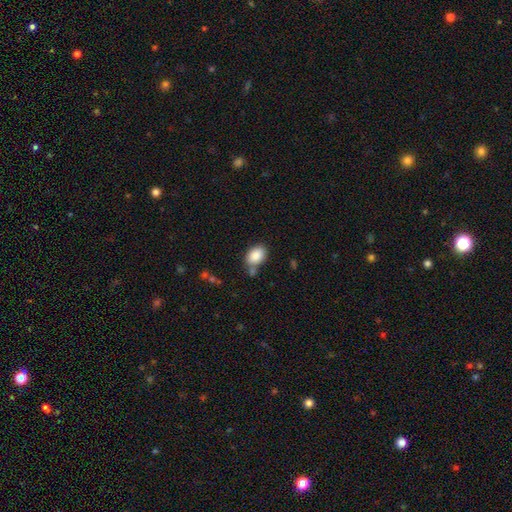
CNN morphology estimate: A smooth galaxy with no disk features (87%) that is in between round and cigar-shaped (83%). Merging: none (66%).